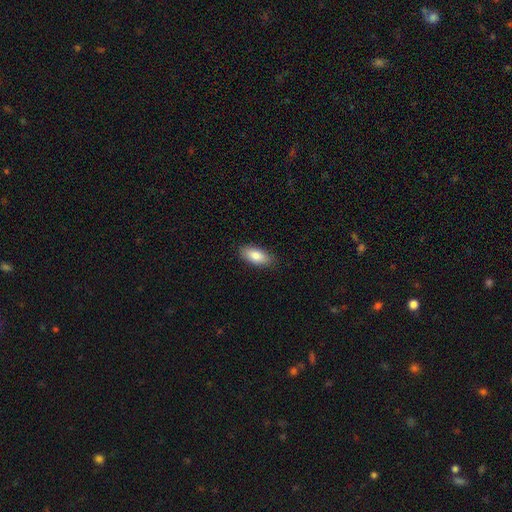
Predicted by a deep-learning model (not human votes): Smooth or featured: smooth — 84% (featured or disk — 10%)
How rounded: in between — 88% (cigar-shaped — 10%)
Merging: none — 87% (minor disturbance — 10%)